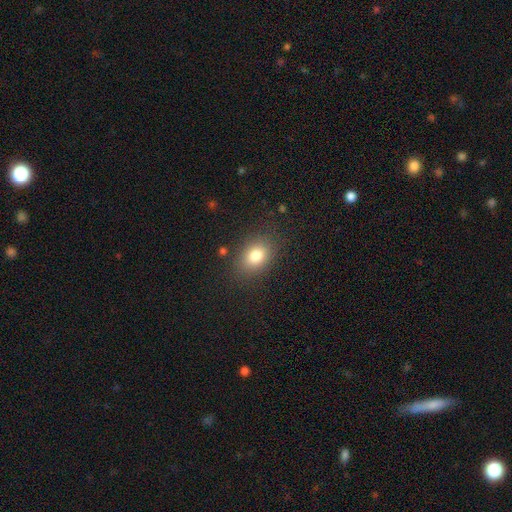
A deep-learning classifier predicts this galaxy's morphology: A smooth galaxy with no disk features (81%) that is in between round and cigar-shaped (70%).

Vote fractions:
- Smooth or featured? smooth: 81% / star or artifact: 10% / featured or disk: 9%
- How rounded? in between: 70% / round: 29% / cigar-shaped: 1%
- Merging? none: 83% / minor disturbance: 11% / major disturbance: 4% / merger: 2%